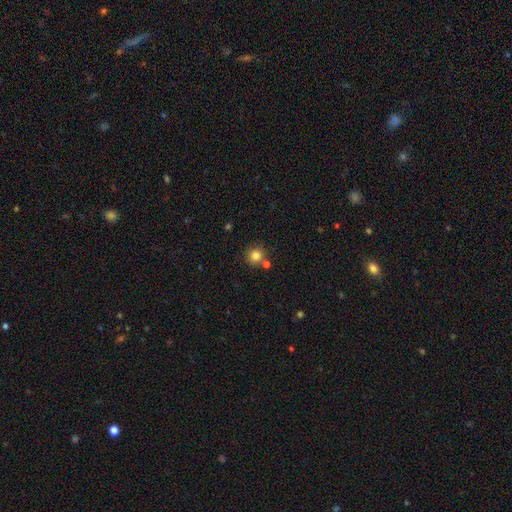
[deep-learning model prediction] Smooth or featured?
  - smooth: 82% *
  - star or artifact: 12%
  - featured or disk: 6%
How rounded?
  - round: 91% *
  - in between: 8%
  - cigar-shaped: 1%
Merging?
  - none: 75% *
  - merger: 14%
  - minor disturbance: 9%
  - major disturbance: 3%